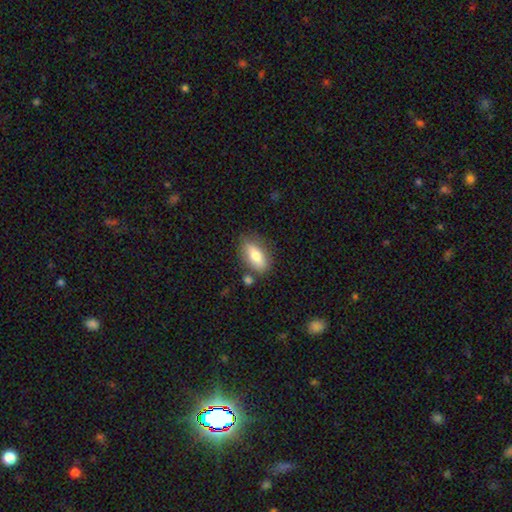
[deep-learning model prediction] The model was most divided on "smooth or featured": smooth: 73%, featured or disk: 20%, star or artifact: 7%. More confident: how rounded — in between (85%); merging — none (73%).